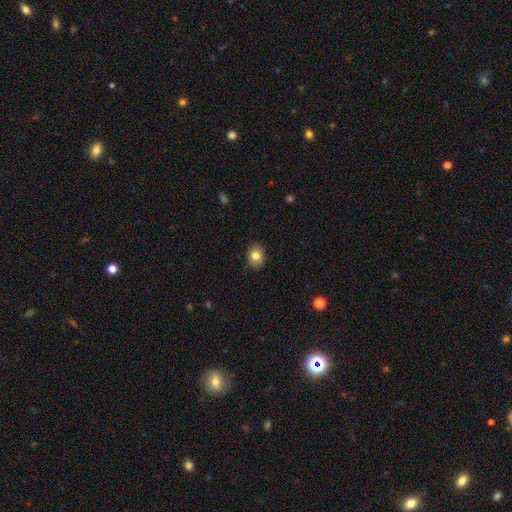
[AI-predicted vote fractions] smooth_or_featured: smooth (p=0.82) [alt: star or artifact p=0.09]
how_rounded: in between (p=0.55) [alt: round p=0.44]
merging: none (p=0.88) [alt: minor disturbance p=0.09]